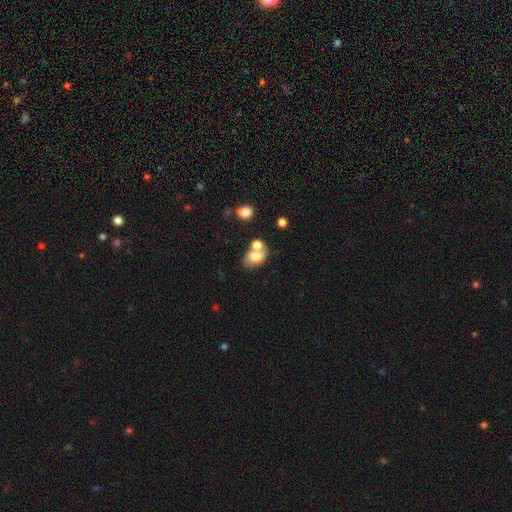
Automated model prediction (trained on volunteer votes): A smooth galaxy with no disk features (74%) that is in between round and cigar-shaped (77%).

Vote fractions:
- Smooth or featured? smooth: 74% / featured or disk: 16% / star or artifact: 10%
- How rounded? in between: 77% / round: 22% / cigar-shaped: 1%
- Merging? none: 41% / merger: 38% / minor disturbance: 14% / major disturbance: 6%